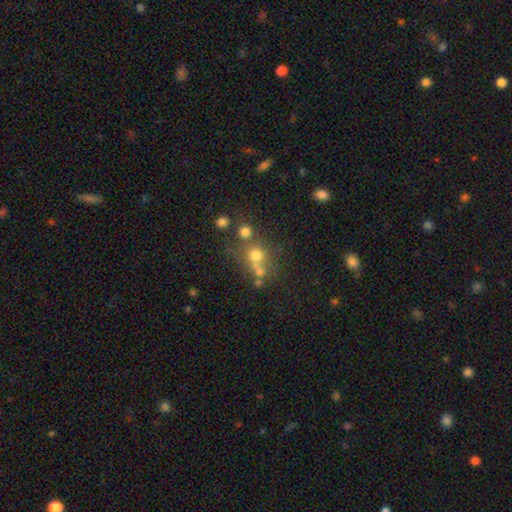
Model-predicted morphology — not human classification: This appears to be a smooth galaxy with no disk features (62%) that is round (84%). Merging: none (48%).